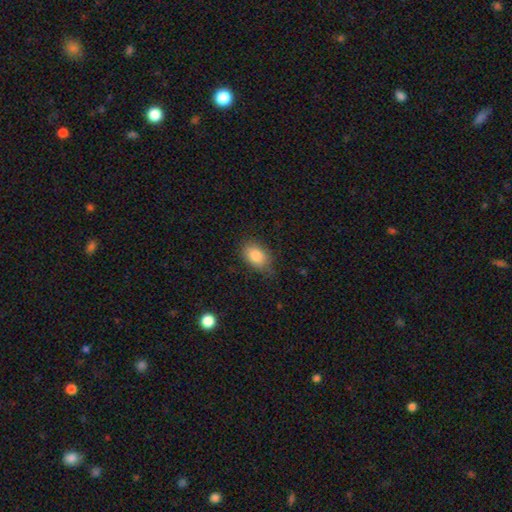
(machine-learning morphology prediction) A smooth galaxy with no disk features (86%) that is in between round and cigar-shaped (86%). Merging: none (71%).